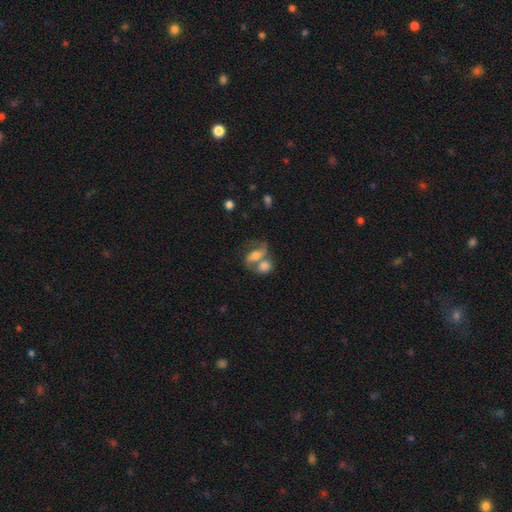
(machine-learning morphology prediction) smooth-or-featured: featured or disk: 51% | smooth: 39% | star or artifact: 10%
  disk-edge-on: no: 92% | yes: 8%
  merging: merger: 55% | none: 26% | minor disturbance: 10% | major disturbance: 9%